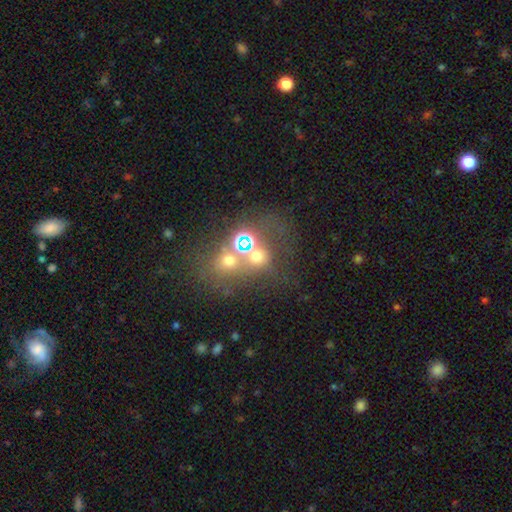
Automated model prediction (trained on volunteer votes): smooth-or-featured: smooth: 47% | star or artifact: 39% | featured or disk: 14%
  merging: none: 48% | merger: 34% | minor disturbance: 9% | major disturbance: 9%